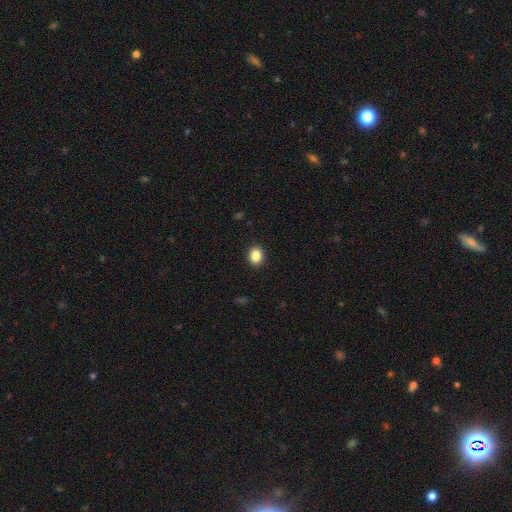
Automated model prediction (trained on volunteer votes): Smooth or featured?
  - smooth: 87% *
  - star or artifact: 9%
  - featured or disk: 4%
How rounded?
  - in between: 50% *
  - round: 49%
  - cigar-shaped: 1%
Merging?
  - none: 91% *
  - minor disturbance: 6%
  - major disturbance: 2%
  - merger: 1%